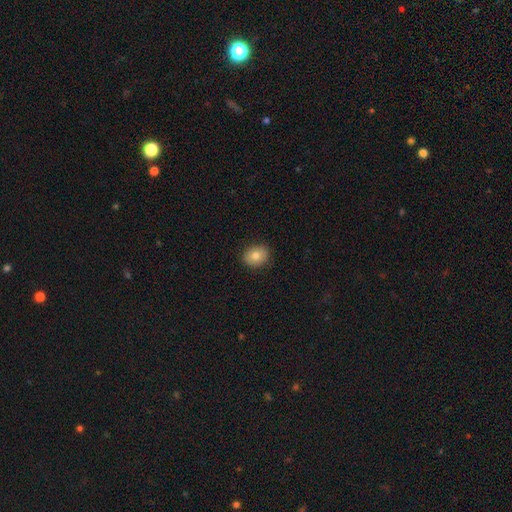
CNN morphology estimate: smooth-or-featured: smooth: 79% | featured or disk: 12% | star or artifact: 9%
  how-rounded: round: 60% | in between: 39% | cigar-shaped: 1%
  merging: none: 89% | minor disturbance: 9% | major disturbance: 2% | merger: 1%